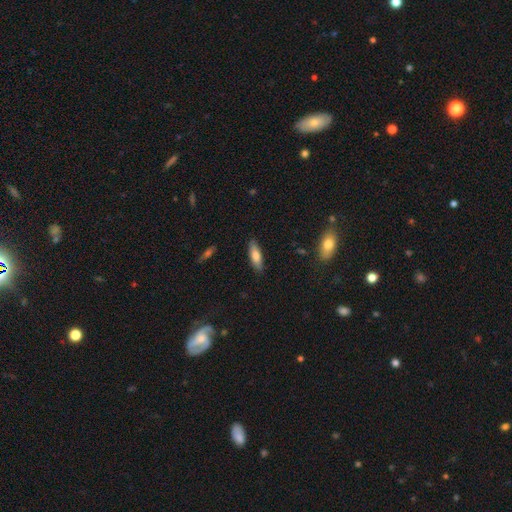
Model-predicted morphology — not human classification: smooth-or-featured: smooth: 77% | featured or disk: 17% | star or artifact: 7%
  how-rounded: in between: 54% | cigar-shaped: 44% | round: 2%
  merging: none: 86% | minor disturbance: 11% | major disturbance: 2% | merger: 1%